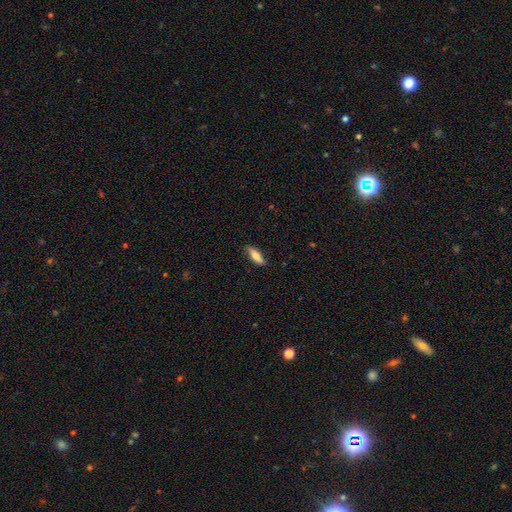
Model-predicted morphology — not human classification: smooth-or-featured: smooth: 73% | featured or disk: 21% | star or artifact: 6%
  how-rounded: in between: 55% | cigar-shaped: 43% | round: 2%
  merging: none: 85% | minor disturbance: 12% | major disturbance: 2% | merger: 1%